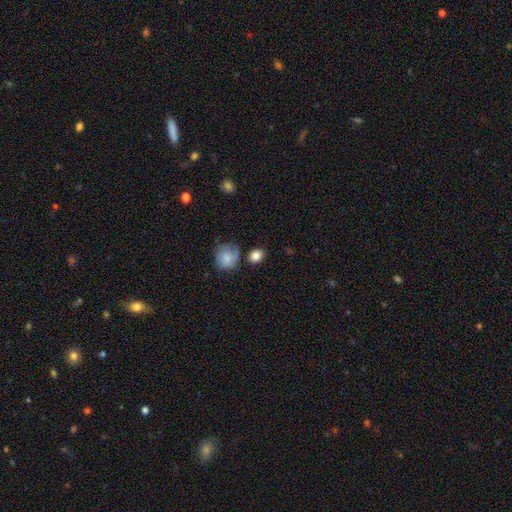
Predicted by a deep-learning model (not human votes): Smooth or featured: smooth — 84% (star or artifact — 8%)
How rounded: round — 54% (in between — 45%)
Merging: none — 71% (minor disturbance — 16%)